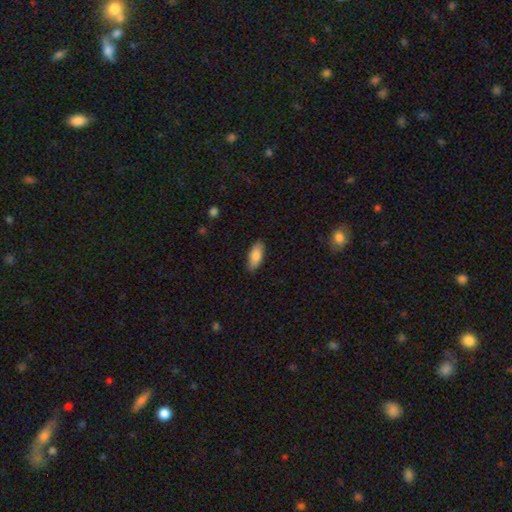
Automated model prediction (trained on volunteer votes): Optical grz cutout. It shows a smooth galaxy with no disk features (83%) that is in between round and cigar-shaped (85%). Merging: none (86%).